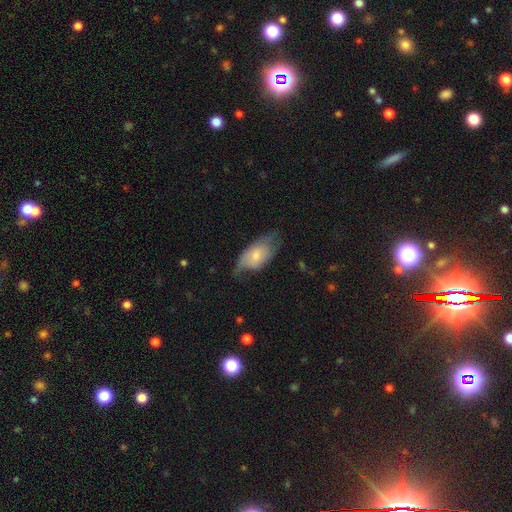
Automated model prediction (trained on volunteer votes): Smooth or featured?
  - smooth: 56% *
  - featured or disk: 37%
  - star or artifact: 6%
How rounded?
  - in between: 91% *
  - cigar-shaped: 5%
  - round: 4%
Merging?
  - none: 43% *
  - minor disturbance: 36%
  - major disturbance: 19%
  - merger: 2%